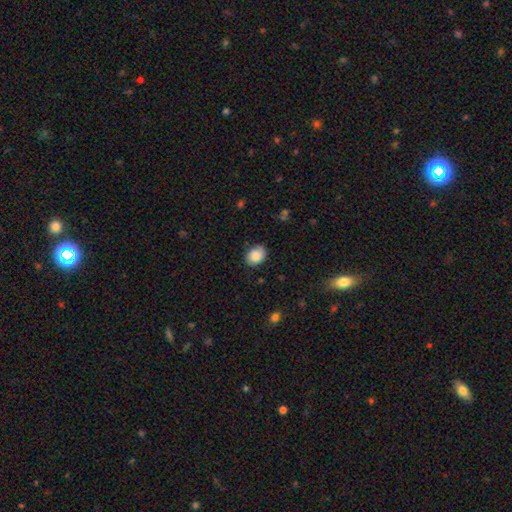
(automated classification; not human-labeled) smooth 85%, featured or disk 8%, star or artifact 8%. Down the decision tree: how rounded — in between (65%); merging — none (81%).